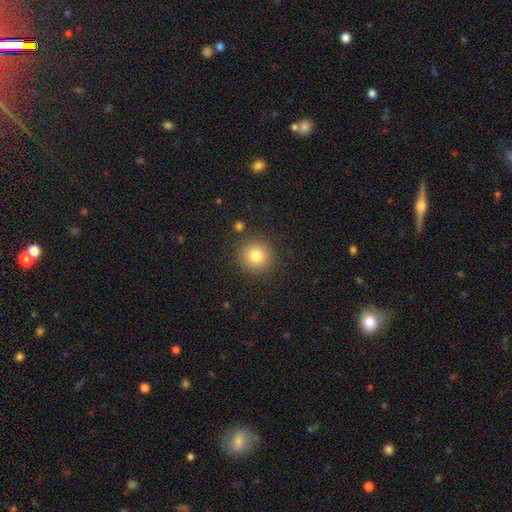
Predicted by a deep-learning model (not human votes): smooth-or-featured: smooth: 81% | star or artifact: 11% | featured or disk: 8%
  how-rounded: round: 94% | in between: 5% | cigar-shaped: 1%
  merging: none: 88% | minor disturbance: 7% | major disturbance: 3% | merger: 2%